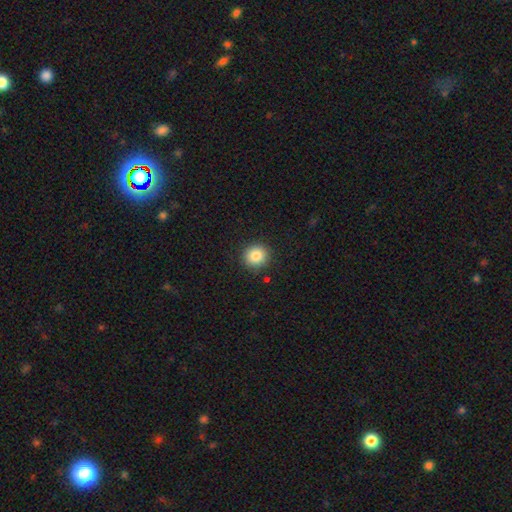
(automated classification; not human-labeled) smooth 85%, star or artifact 10%, featured or disk 6%. Down the decision tree: how rounded — round (92%); merging — none (91%).